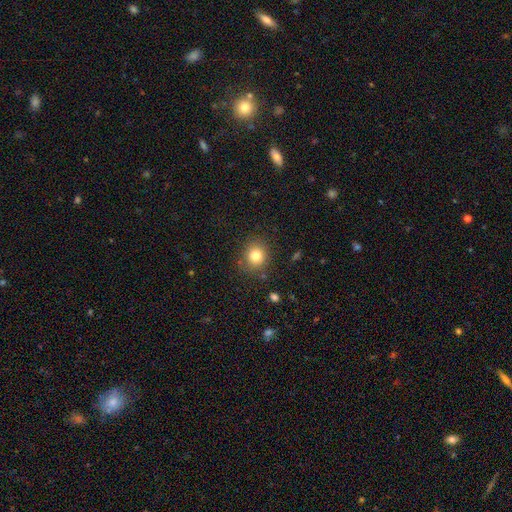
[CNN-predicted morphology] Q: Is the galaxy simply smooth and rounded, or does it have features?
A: smooth — 81%.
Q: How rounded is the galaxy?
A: round — 79%.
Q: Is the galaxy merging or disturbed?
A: none — 84%.